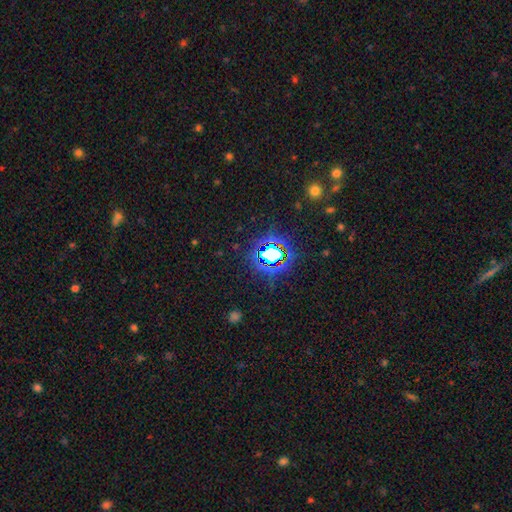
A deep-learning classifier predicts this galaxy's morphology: Smooth or featured? Predicted: star or artifact (p=0.78).